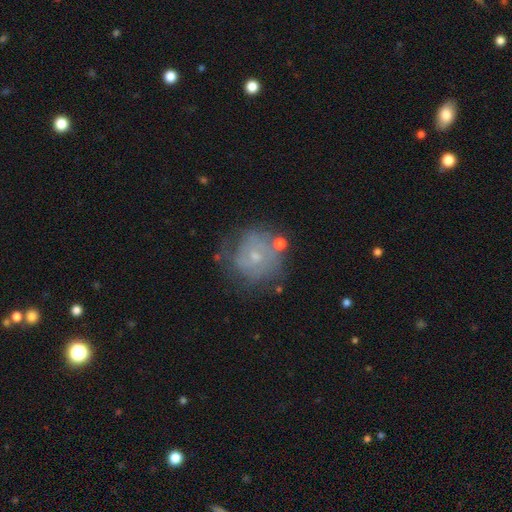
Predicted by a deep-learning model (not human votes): A featured or disk galaxy (53%) with no bar (77%), spiral arms (58%) and a small central bulge (70%). Merging: none (61%).